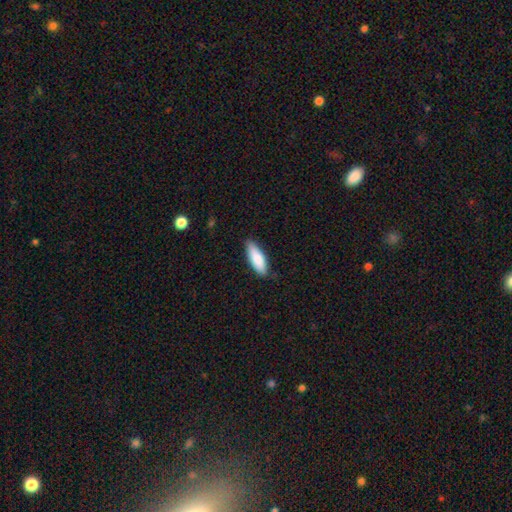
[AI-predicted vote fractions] Smooth or featured? Predicted: smooth (p=0.85). How rounded? Predicted: in between (p=0.65). Merging? Predicted: none (p=0.83).